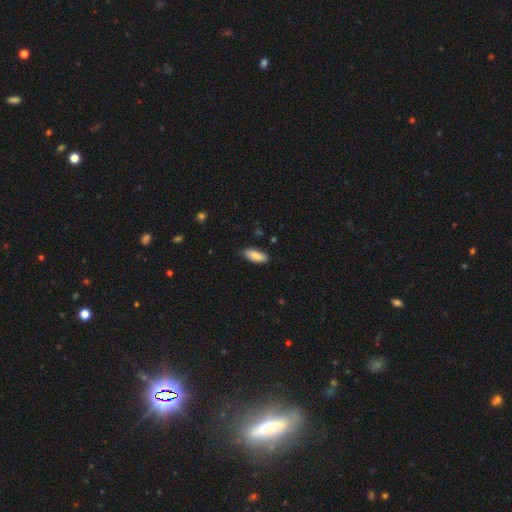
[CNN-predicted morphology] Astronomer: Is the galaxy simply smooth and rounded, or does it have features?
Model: smooth — 87%.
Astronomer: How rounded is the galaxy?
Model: in between — 79%.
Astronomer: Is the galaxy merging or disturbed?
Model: none — 82%.